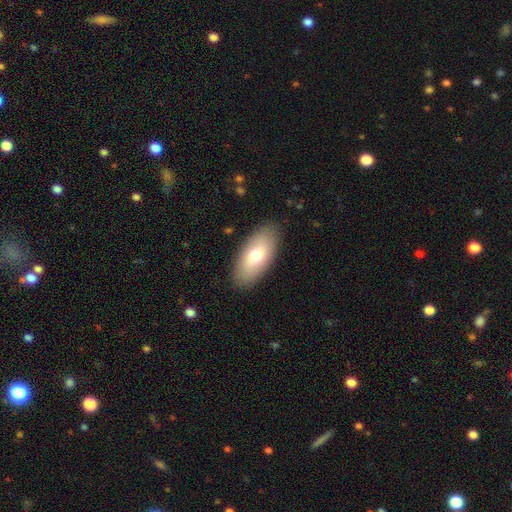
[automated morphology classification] Q: Smooth or featured?
A: smooth (70%); runner-up: featured or disk (23%)
Q: How rounded?
A: in between (91%); runner-up: cigar-shaped (7%)
Q: Merging?
A: none (87%); runner-up: minor disturbance (10%)